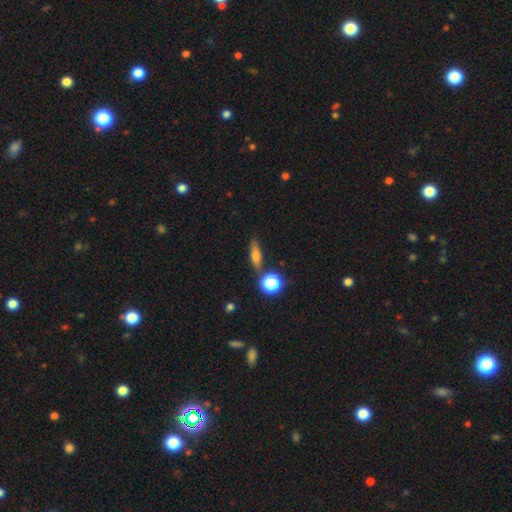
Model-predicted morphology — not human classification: smooth_or_featured: smooth (p=0.62) [alt: featured or disk p=0.25]
how_rounded: cigar-shaped (p=0.51) [alt: in between p=0.36]
merging: none (p=0.77) [alt: minor disturbance p=0.12]